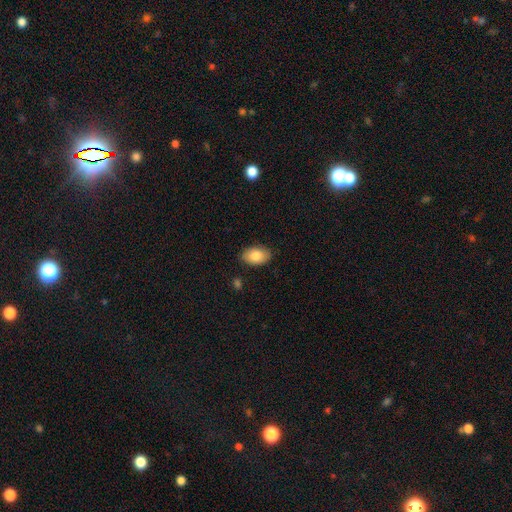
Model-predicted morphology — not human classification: smooth-or-featured: smooth: 85% | featured or disk: 9% | star or artifact: 7%
  how-rounded: in between: 90% | round: 9% | cigar-shaped: 1%
  merging: none: 85% | minor disturbance: 11% | major disturbance: 2% | merger: 1%